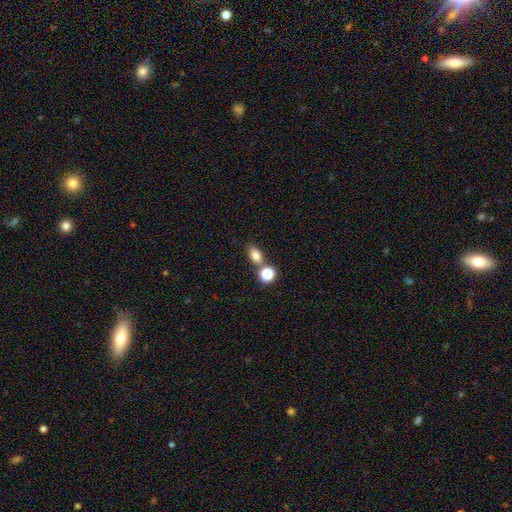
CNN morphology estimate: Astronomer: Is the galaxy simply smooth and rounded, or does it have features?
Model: smooth — 79%.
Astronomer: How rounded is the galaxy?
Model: in between — 76%.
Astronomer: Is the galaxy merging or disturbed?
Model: none — 63%.